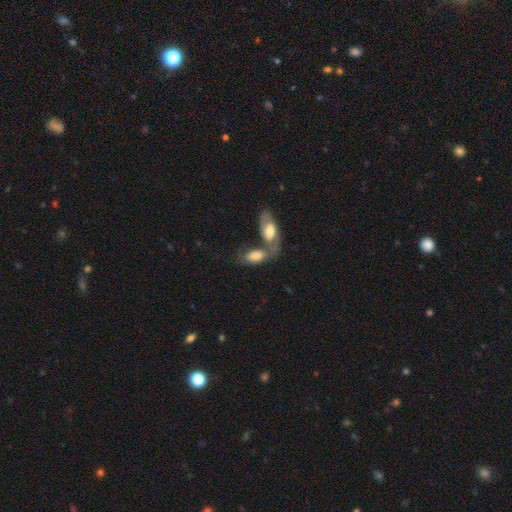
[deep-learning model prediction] This is likely a smooth galaxy (65%). How rounded: clearly in between (89%). Merging: possibly merger (58%).